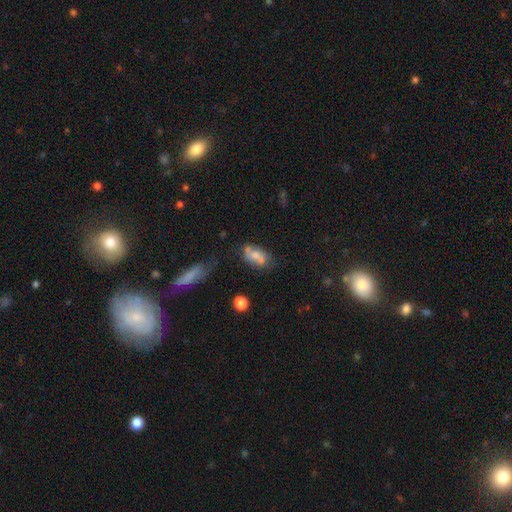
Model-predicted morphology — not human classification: type=smooth (56%); roundness=in between (86%); merging=none (42%).